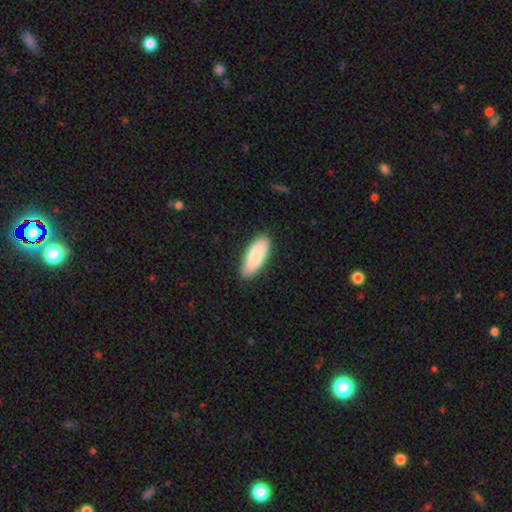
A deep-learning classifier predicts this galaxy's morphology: Smooth or featured? smooth (85%)
How rounded? in between (76%)
Merging? none (86%)